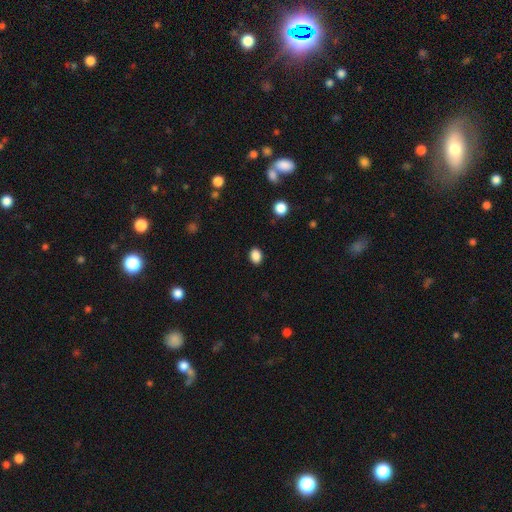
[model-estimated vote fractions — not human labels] Morphology: type=smooth (88%); roundness=in between (66%); merging=none (89%).